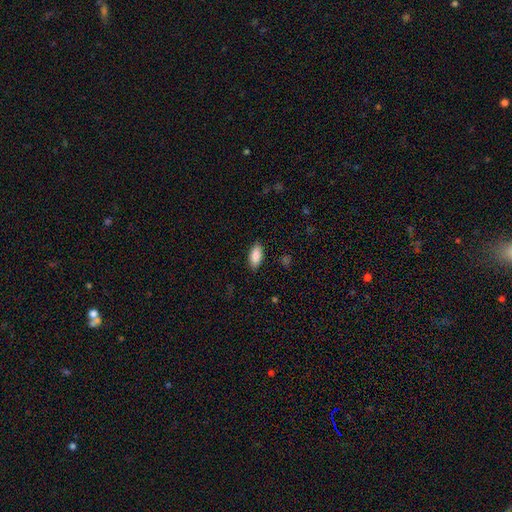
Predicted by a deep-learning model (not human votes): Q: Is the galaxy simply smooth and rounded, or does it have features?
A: smooth — 88%.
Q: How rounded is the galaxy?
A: in between — 87%.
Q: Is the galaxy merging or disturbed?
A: none — 87%.